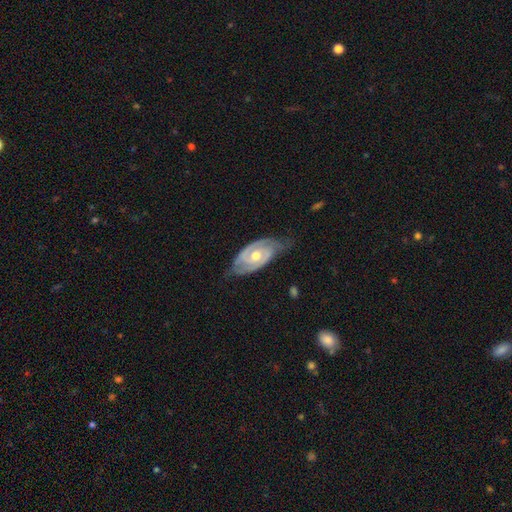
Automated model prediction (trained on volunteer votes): This is clearly a featured or disk galaxy (88%). It is clearly not viewed edge-on (95%). Bar: likely no (63%). Spiral arm pattern: clearly yes (95%). Spiral arm count: clearly 2 (86%). Spiral winding: likely tight (61%). Central bulge: likely moderate (75%). Merging: likely none (69%).